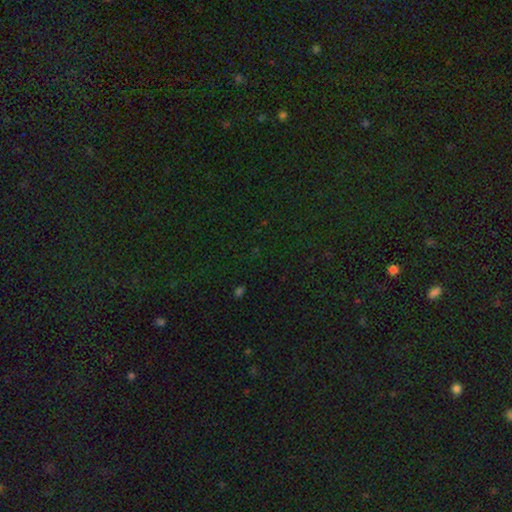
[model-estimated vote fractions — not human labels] Smooth or featured? Predicted: star or artifact (p=0.78).